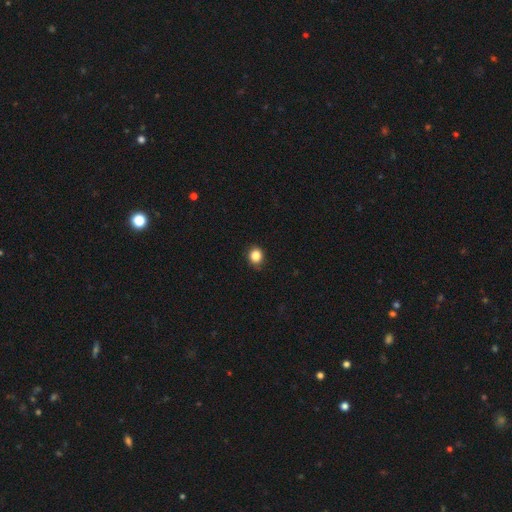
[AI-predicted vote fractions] Smooth or featured?
  - smooth: 85% *
  - star or artifact: 11%
  - featured or disk: 4%
How rounded?
  - round: 78% *
  - in between: 21%
  - cigar-shaped: 1%
Merging?
  - none: 81% *
  - minor disturbance: 15%
  - major disturbance: 3%
  - merger: 1%